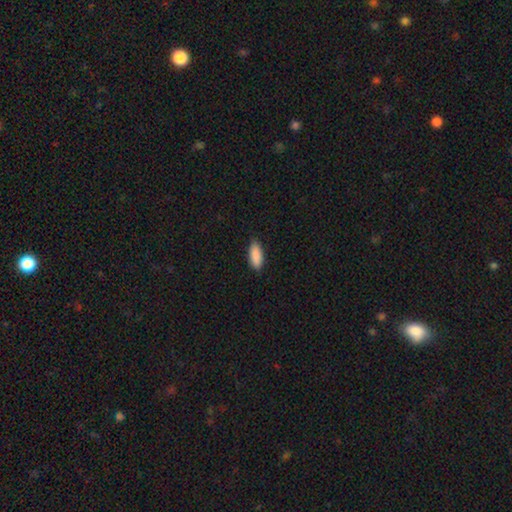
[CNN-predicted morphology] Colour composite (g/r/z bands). It shows a smooth galaxy with no disk features (90%) that is in between round and cigar-shaped (82%). Merging: none (85%).